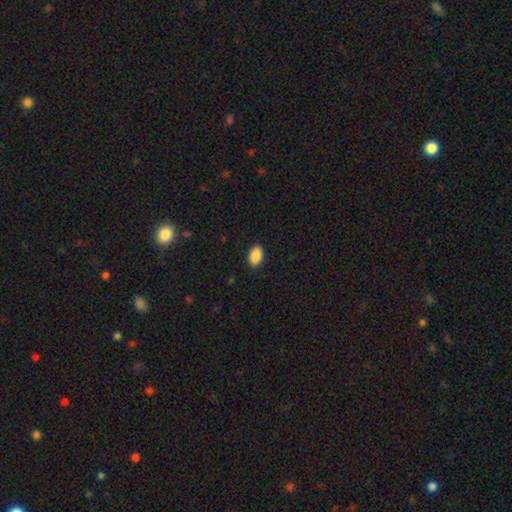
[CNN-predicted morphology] Q: Smooth or featured?
A: smooth (89%); runner-up: star or artifact (8%)
Q: How rounded?
A: in between (91%); runner-up: round (8%)
Q: Merging?
A: none (90%); runner-up: minor disturbance (7%)